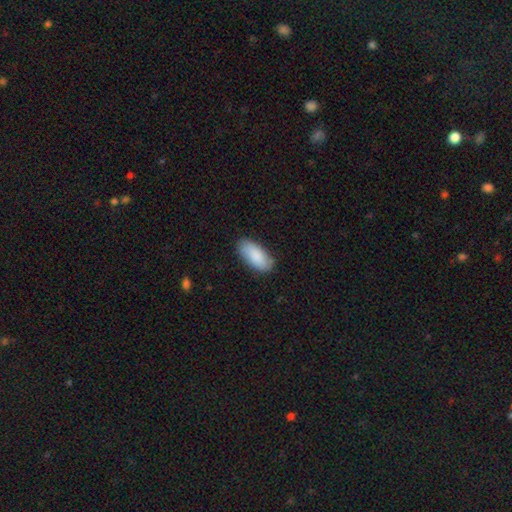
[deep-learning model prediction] This is clearly a smooth galaxy (87%). How rounded: clearly in between (90%). Merging: clearly none (82%).